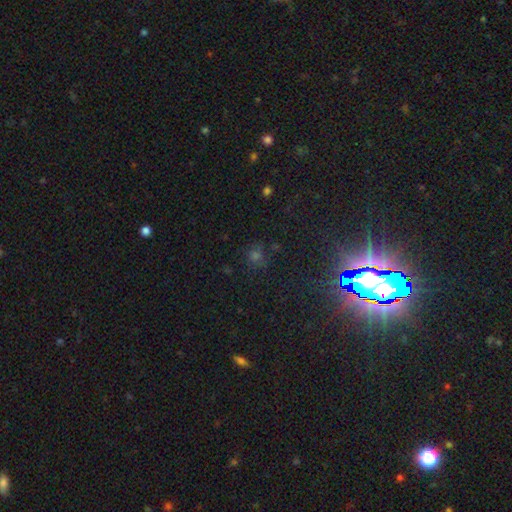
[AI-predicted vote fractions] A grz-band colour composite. It shows a star or artifact, not a galaxy (56%).